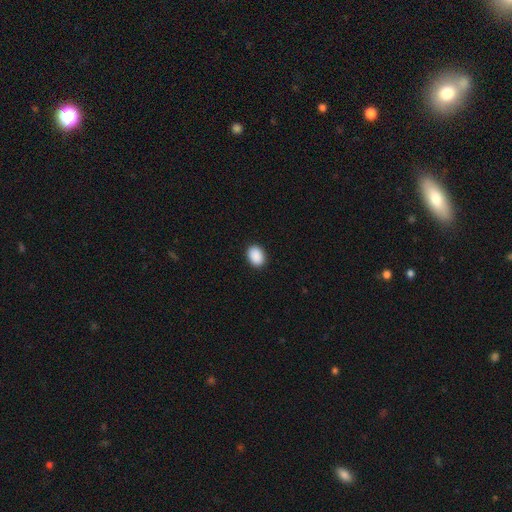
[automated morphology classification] smooth_or_featured: smooth (p=0.91) [alt: star or artifact p=0.07]
how_rounded: in between (p=0.72) [alt: round p=0.27]
merging: none (p=0.91) [alt: minor disturbance p=0.06]